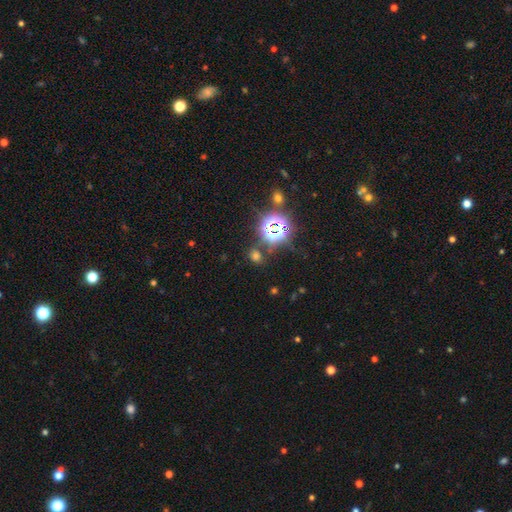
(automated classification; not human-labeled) Q: Smooth or featured?
A: smooth (50%); runner-up: star or artifact (43%)
Q: How rounded?
A: round (54%); runner-up: in between (44%)
Q: Merging?
A: none (78%); runner-up: minor disturbance (11%)